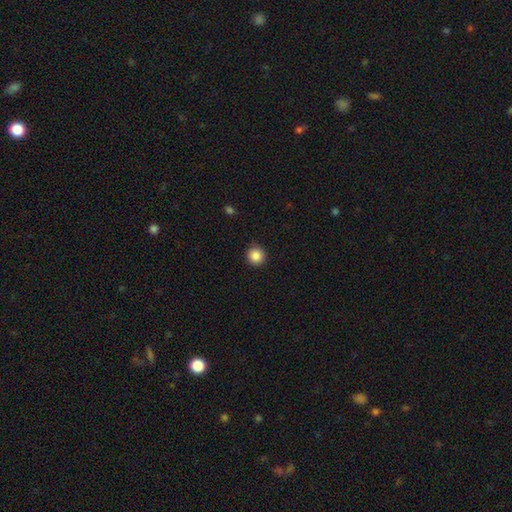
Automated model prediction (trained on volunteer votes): Smooth or featured?
  - smooth: 87% *
  - star or artifact: 10%
  - featured or disk: 4%
How rounded?
  - round: 95% *
  - in between: 4%
  - cigar-shaped: 1%
Merging?
  - none: 90% *
  - minor disturbance: 7%
  - major disturbance: 2%
  - merger: 1%